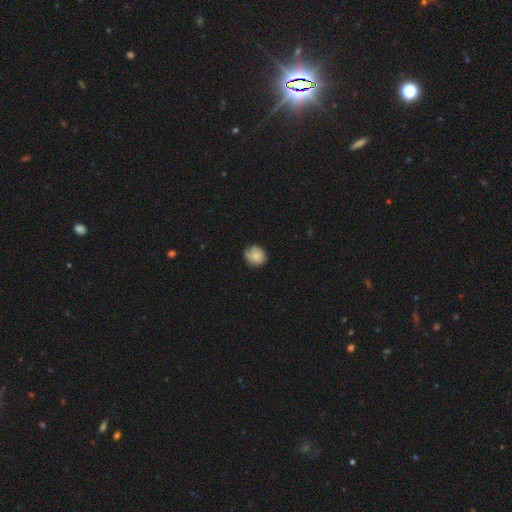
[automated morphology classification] A smooth galaxy with no disk features (69%) that is round (81%). Merging: none (65%).